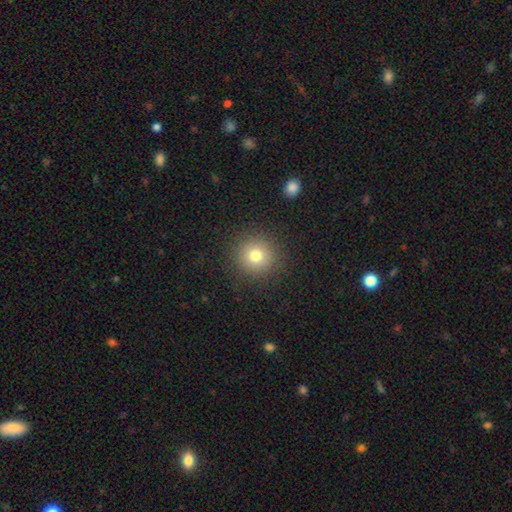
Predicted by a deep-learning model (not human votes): This appears to be a smooth galaxy with no disk features (77%) that is round (95%). Merging: none (90%).